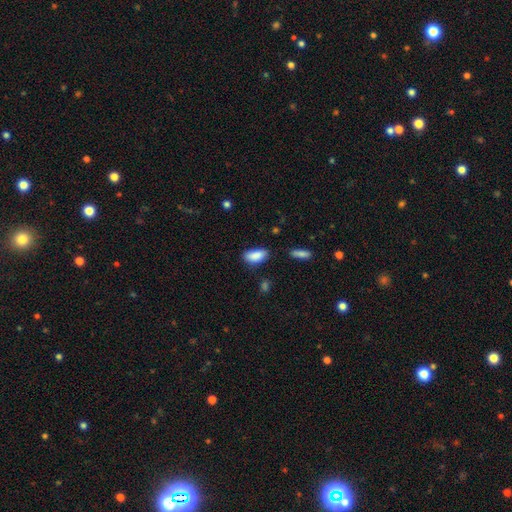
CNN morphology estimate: Smooth or featured: smooth — 88% (star or artifact — 7%)
How rounded: in between — 90% (cigar-shaped — 8%)
Merging: none — 72% (minor disturbance — 21%)